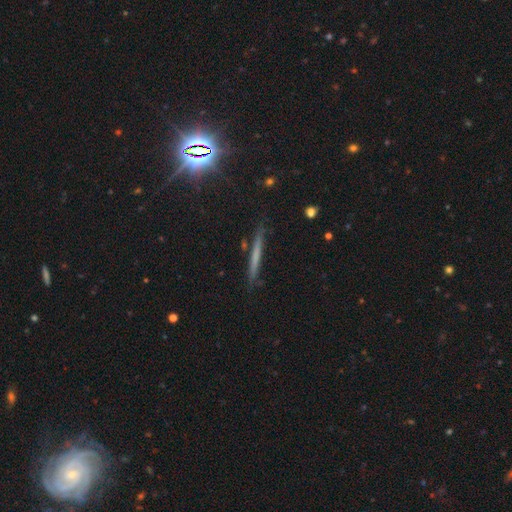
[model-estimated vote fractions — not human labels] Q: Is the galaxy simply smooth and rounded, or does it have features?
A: smooth — 53%.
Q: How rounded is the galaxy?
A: cigar-shaped — 96%.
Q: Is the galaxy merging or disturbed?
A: none — 88%.